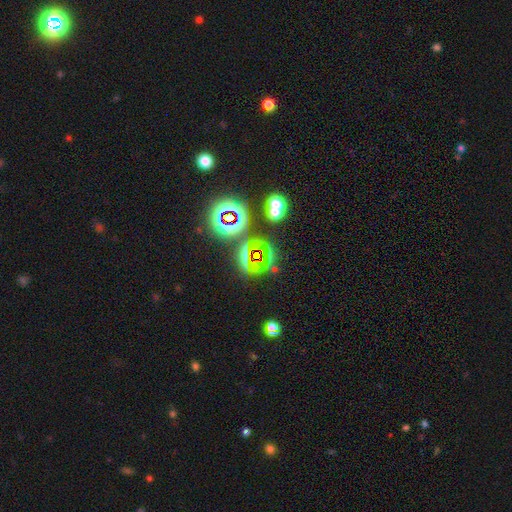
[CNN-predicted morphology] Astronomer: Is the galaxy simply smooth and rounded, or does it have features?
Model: star or artifact — 72%.